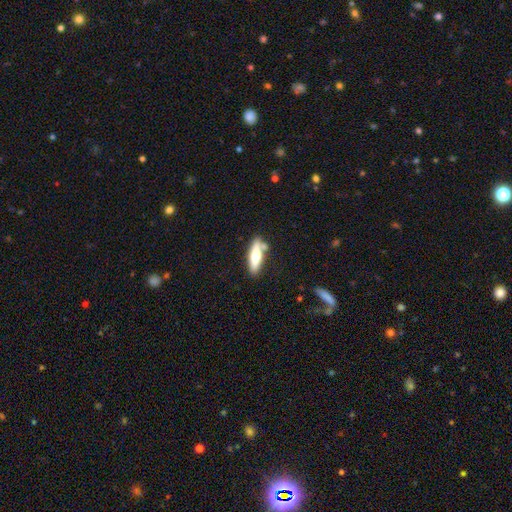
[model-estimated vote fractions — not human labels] A smooth galaxy with no disk features (57%) that is cigar-shaped (56%).

Vote fractions:
- Smooth or featured? smooth: 57% / featured or disk: 37% / star or artifact: 6%
- How rounded? cigar-shaped: 56% / in between: 42% / round: 2%
- Merging? none: 71% / minor disturbance: 15% / merger: 11% / major disturbance: 4%